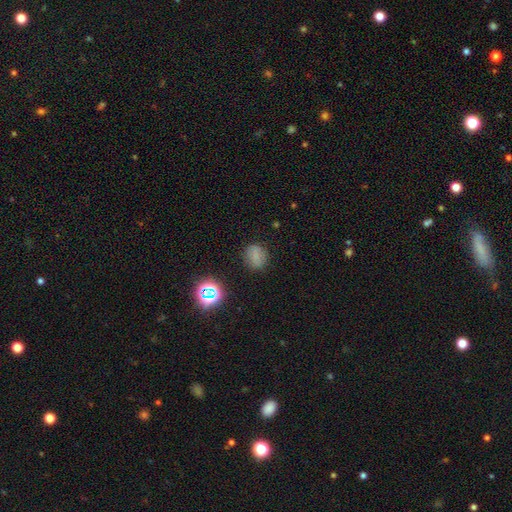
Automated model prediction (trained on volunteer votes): A smooth galaxy with no disk features (71%) that is round (55%).

Vote fractions:
- Smooth or featured? smooth: 71% / star or artifact: 19% / featured or disk: 10%
- How rounded? round: 55% / in between: 43% / cigar-shaped: 2%
- Merging? none: 80% / minor disturbance: 14% / major disturbance: 4% / merger: 2%